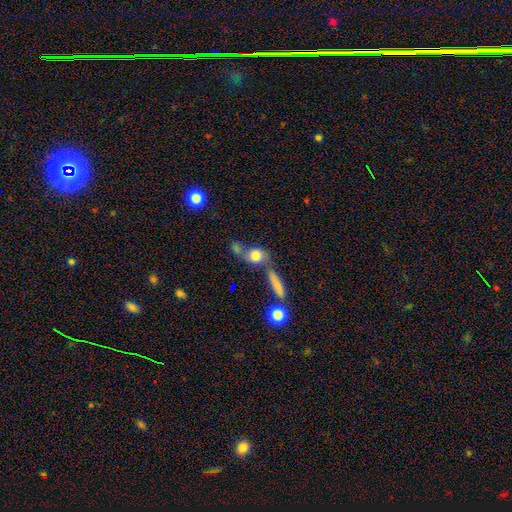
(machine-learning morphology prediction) A smooth galaxy with no disk features (73%) that is round (50%). Merging: none (41%).